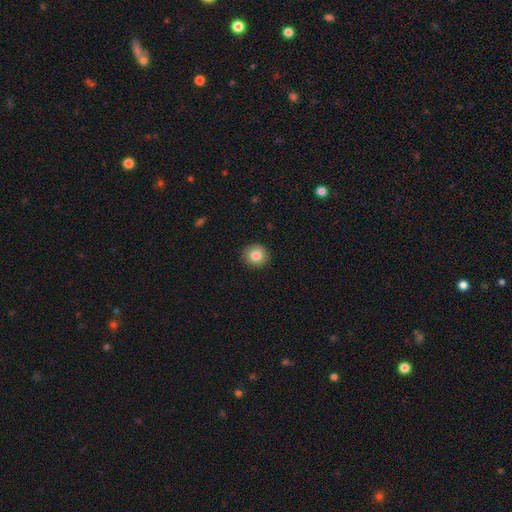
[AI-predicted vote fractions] smooth 84%, star or artifact 9%, featured or disk 7%. Down the decision tree: how rounded — round (87%); merging — none (91%).